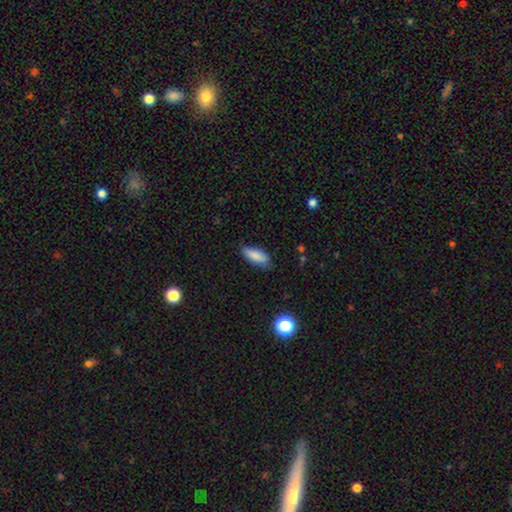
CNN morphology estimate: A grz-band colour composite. It shows a smooth galaxy with no disk features (85%) that is in between round and cigar-shaped (77%). Merging: none (76%).